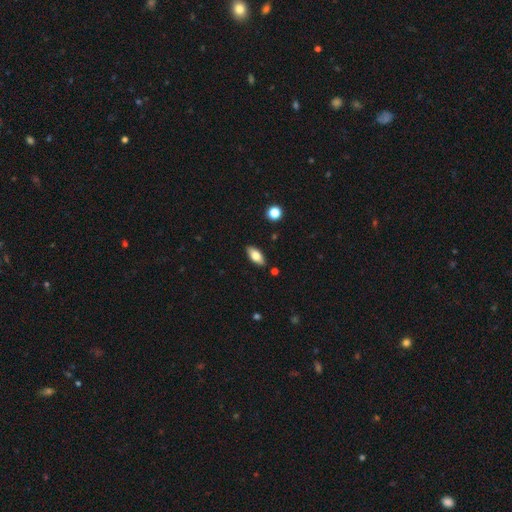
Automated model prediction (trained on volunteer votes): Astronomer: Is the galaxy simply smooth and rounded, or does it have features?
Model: smooth — 74%.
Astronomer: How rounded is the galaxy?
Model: in between — 85%.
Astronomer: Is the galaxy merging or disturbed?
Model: none — 86%.